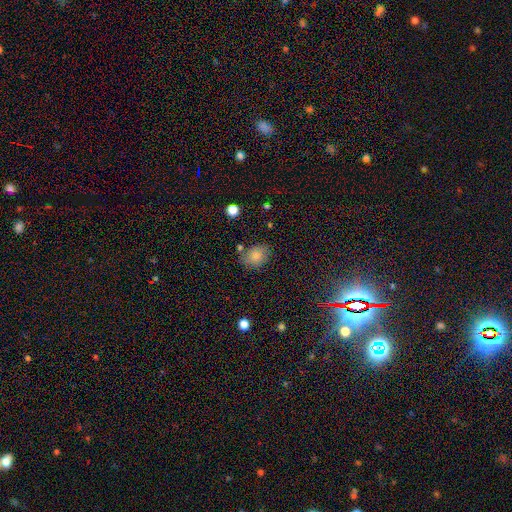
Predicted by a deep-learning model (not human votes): smooth 80%, star or artifact 11%, featured or disk 9%. Down the decision tree: how rounded — in between (60%); merging — none (72%).